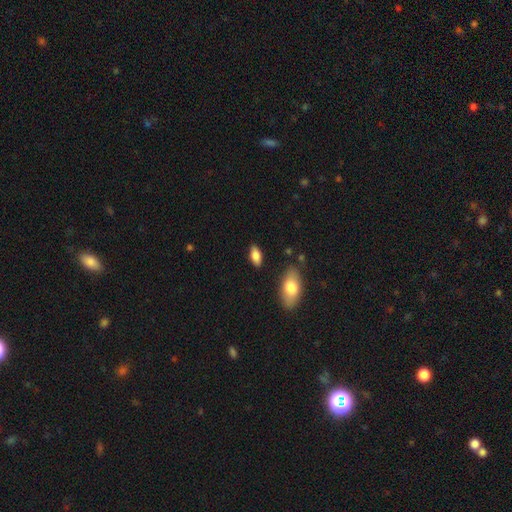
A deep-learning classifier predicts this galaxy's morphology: This is clearly a smooth galaxy (84%). How rounded: clearly in between (89%). Merging: clearly none (85%).